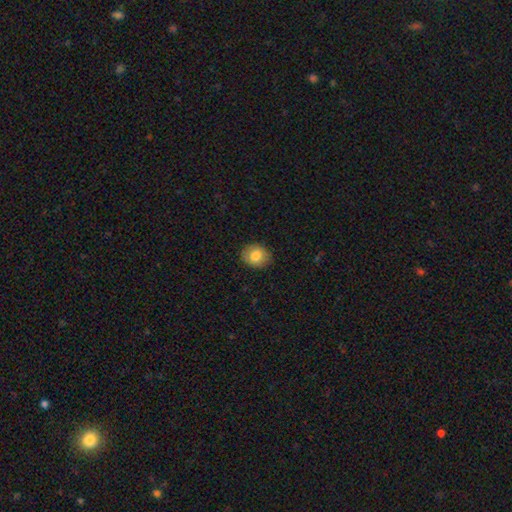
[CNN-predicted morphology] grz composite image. It shows a smooth galaxy with no disk features (81%) that is round (61%). Merging: none (88%).